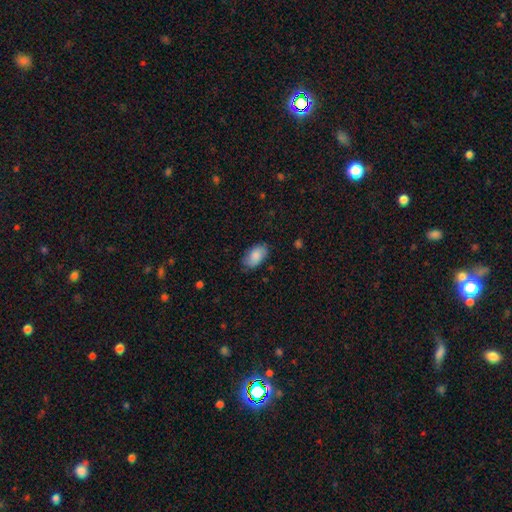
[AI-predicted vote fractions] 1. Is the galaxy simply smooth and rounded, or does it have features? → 83% smooth, 10% featured or disk, 6% star or artifact.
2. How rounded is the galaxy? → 94% in between, 5% round, 2% cigar-shaped.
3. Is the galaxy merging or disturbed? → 78% none, 18% minor disturbance, 4% major disturbance, 1% merger.